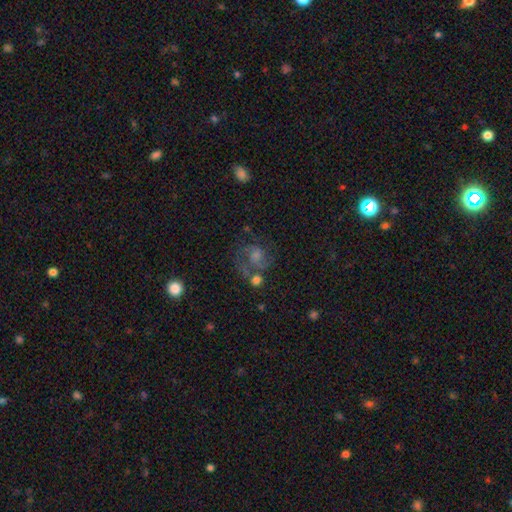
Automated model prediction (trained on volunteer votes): Q: Smooth or featured?
A: featured or disk (64%); runner-up: smooth (19%)
Q: Edge-on disk?
A: no (98%); runner-up: yes (2%)
Q: Bar?
A: no (62%); runner-up: weak (32%)
Q: Spiral arms?
A: yes (87%); runner-up: no (13%)
Q: Spiral winding?
A: medium (52%); runner-up: tight (26%)
Q: Spiral arm count?
A: 2 (68%); runner-up: can't tell (14%)
Q: Bulge size?
A: moderate (41%); runner-up: small (33%)
Q: Merging?
A: none (53%); runner-up: major disturbance (18%)